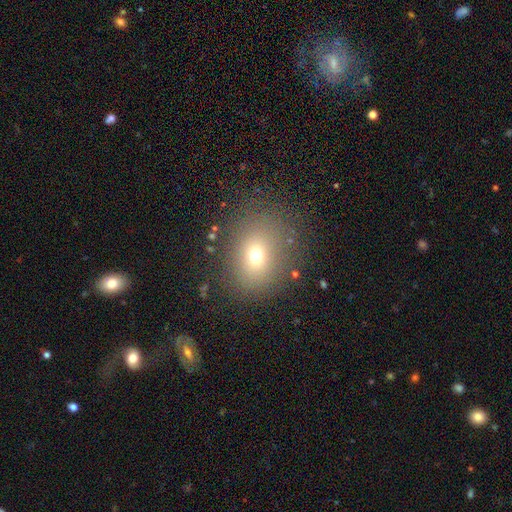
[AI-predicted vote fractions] The model was most divided on "how rounded": round: 57%, in between: 42%, cigar-shaped: 1%. More confident: merging — none (82%); smooth or featured — smooth (68%).